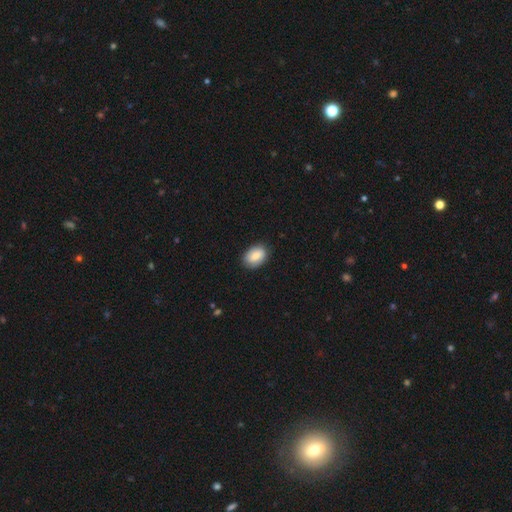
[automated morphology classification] Smooth or featured?
  - smooth: 79% *
  - featured or disk: 14%
  - star or artifact: 7%
How rounded?
  - in between: 83% *
  - round: 16%
  - cigar-shaped: 1%
Merging?
  - none: 84% *
  - minor disturbance: 12%
  - major disturbance: 2%
  - merger: 1%